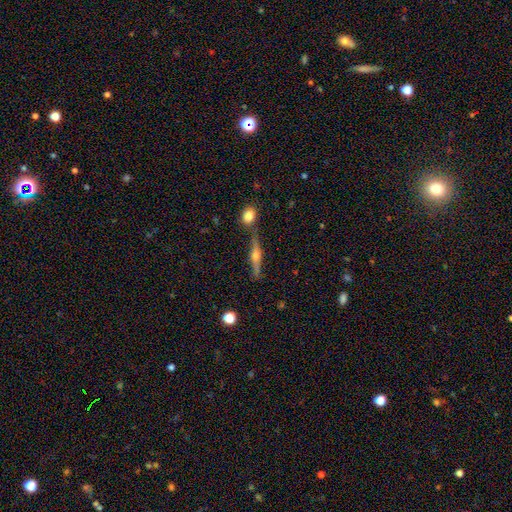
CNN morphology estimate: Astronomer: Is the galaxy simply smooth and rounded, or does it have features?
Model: featured or disk — 66%.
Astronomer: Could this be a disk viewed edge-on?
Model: yes — 95%.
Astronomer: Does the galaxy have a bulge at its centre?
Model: rounded — 92%.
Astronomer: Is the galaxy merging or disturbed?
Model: none — 71%.